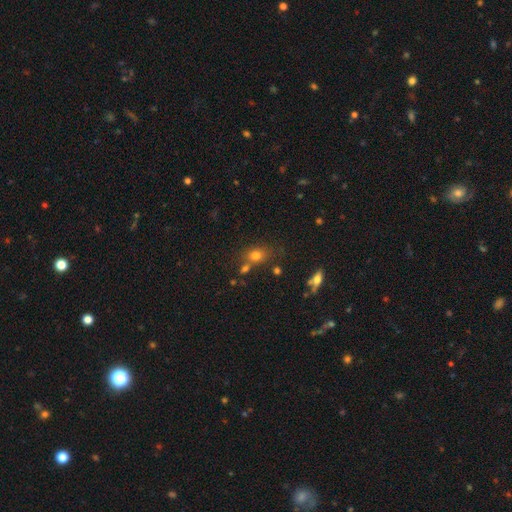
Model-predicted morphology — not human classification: Smooth or featured?
  - smooth: 75% *
  - star or artifact: 14%
  - featured or disk: 10%
How rounded?
  - in between: 50% *
  - round: 48%
  - cigar-shaped: 2%
Merging?
  - none: 58% *
  - merger: 22%
  - minor disturbance: 14%
  - major disturbance: 6%